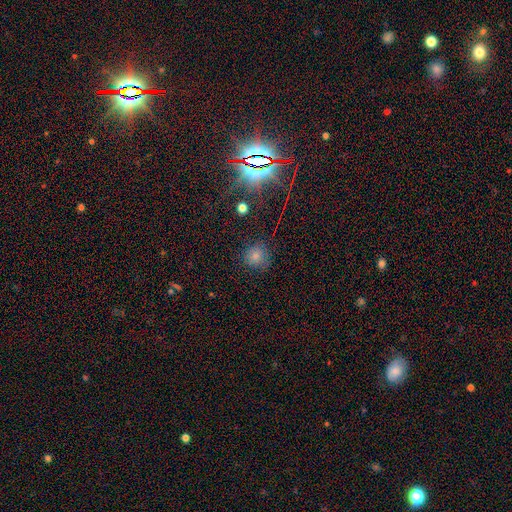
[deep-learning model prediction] Smooth or featured?
  - smooth: 75% *
  - star or artifact: 18%
  - featured or disk: 8%
How rounded?
  - round: 89% *
  - in between: 10%
  - cigar-shaped: 1%
Merging?
  - none: 81% *
  - minor disturbance: 14%
  - major disturbance: 4%
  - merger: 2%